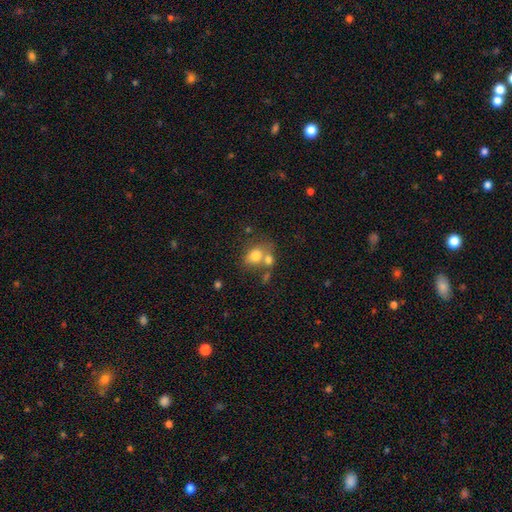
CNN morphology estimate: smooth_or_featured: smooth (p=0.76) [alt: featured or disk p=0.14]
how_rounded: in between (p=0.50) [alt: round p=0.49]
merging: none (p=0.42) [alt: merger p=0.40]